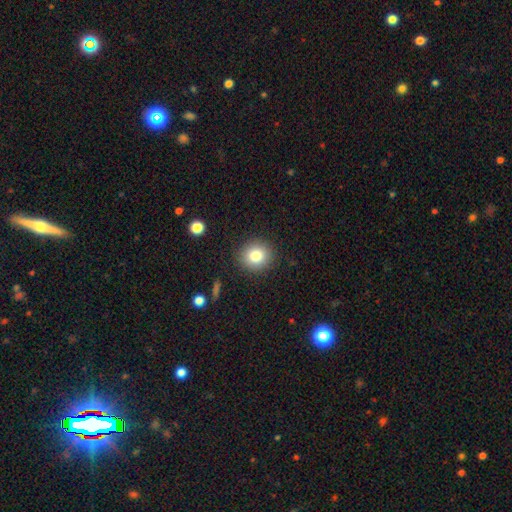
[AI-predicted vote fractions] Morphology: type=smooth (81%); roundness=round (87%); merging=none (89%).